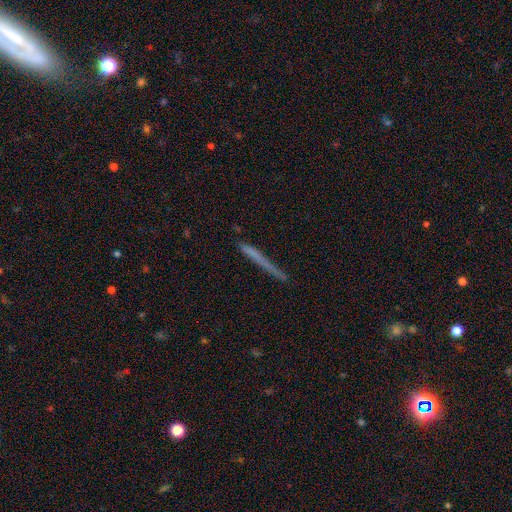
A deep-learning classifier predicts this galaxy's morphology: smooth 58%, featured or disk 33%, star or artifact 9%. Down the decision tree: how rounded — cigar-shaped (96%); merging — none (76%).